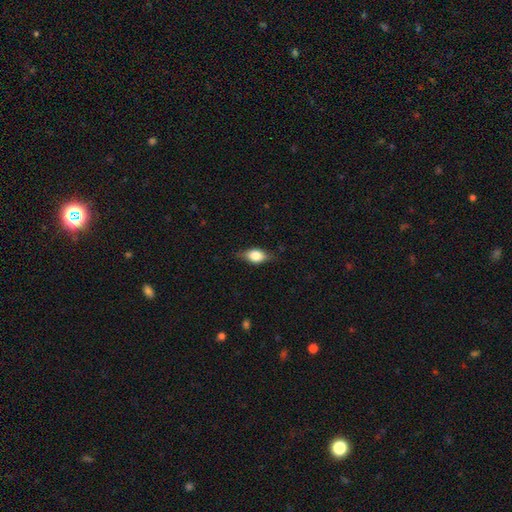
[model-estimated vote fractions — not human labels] smooth-or-featured: smooth: 63% | featured or disk: 29% | star or artifact: 8%
  how-rounded: in between: 78% | round: 13% | cigar-shaped: 9%
  merging: none: 78% | minor disturbance: 17% | major disturbance: 4% | merger: 1%